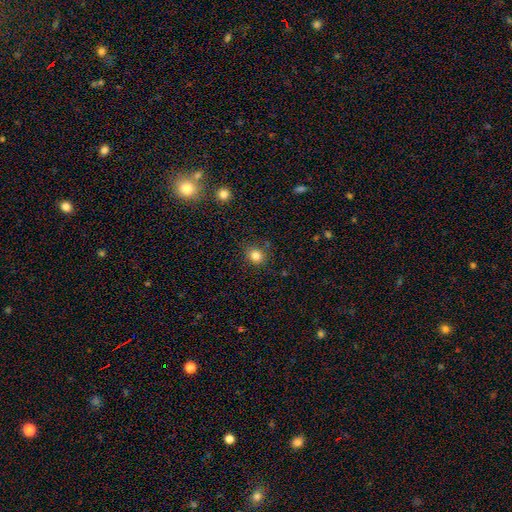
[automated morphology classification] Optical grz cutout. It shows a smooth galaxy with no disk features (83%) that is round (78%). Merging: none (83%).